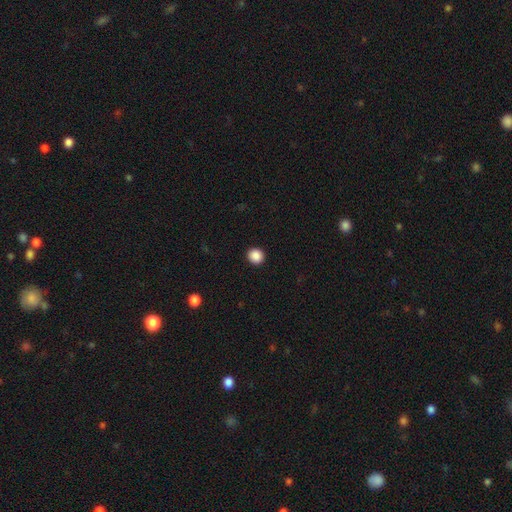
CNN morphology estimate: This appears to be a smooth galaxy with no disk features (88%) that is round (88%). Merging: none (93%).